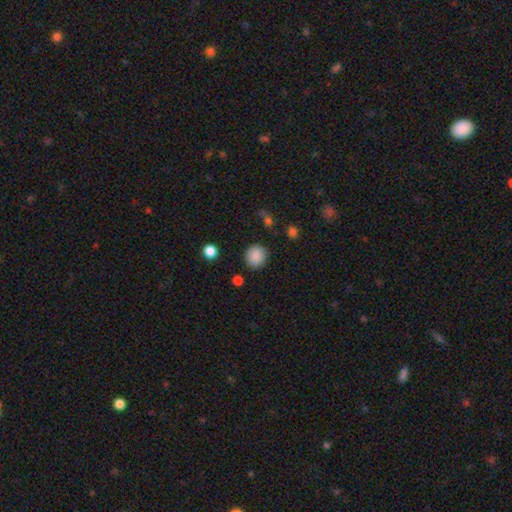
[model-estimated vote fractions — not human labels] This appears to be a smooth galaxy with no disk features (87%) that is round (87%). Merging: none (88%).